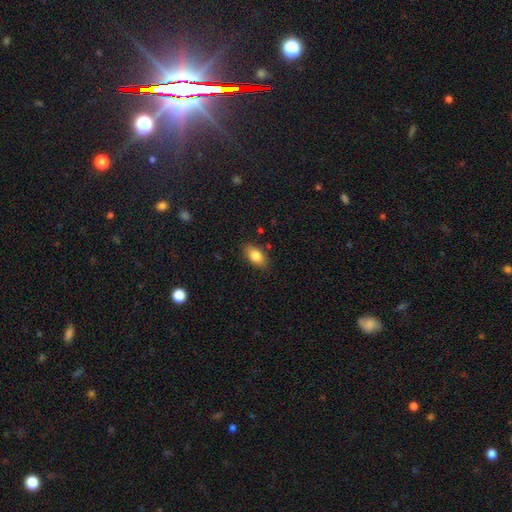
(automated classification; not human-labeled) A smooth galaxy with no disk features (82%) that is in between round and cigar-shaped (90%). Merging: none (85%).